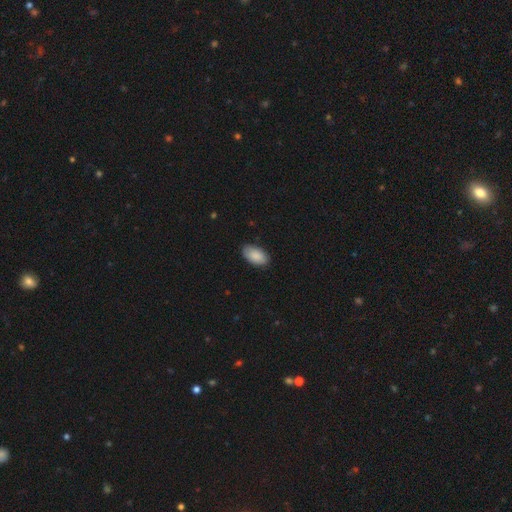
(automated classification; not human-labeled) Overall: smooth (88%). How rounded: in between (95%). Merging: none (84%).